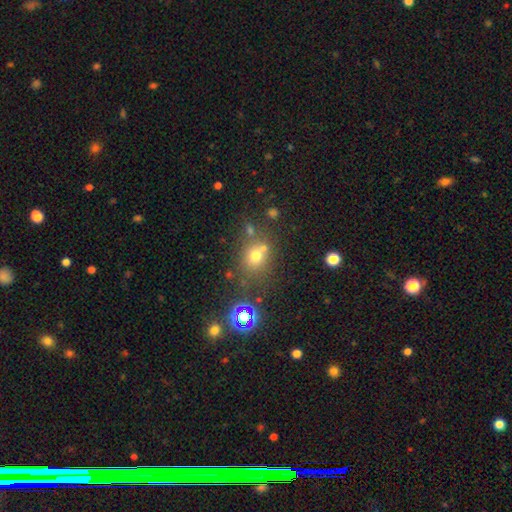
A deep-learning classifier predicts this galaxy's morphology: This is likely a smooth galaxy (67%). How rounded: likely round (73%). Merging: likely none (63%).